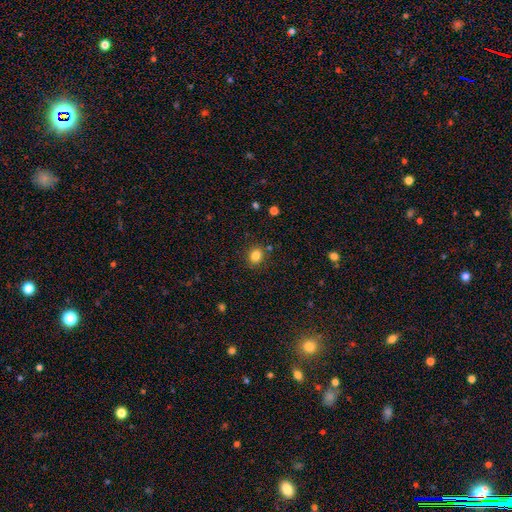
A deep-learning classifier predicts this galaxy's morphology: A smooth galaxy with no disk features (83%) that is round (69%). Merging: none (86%).